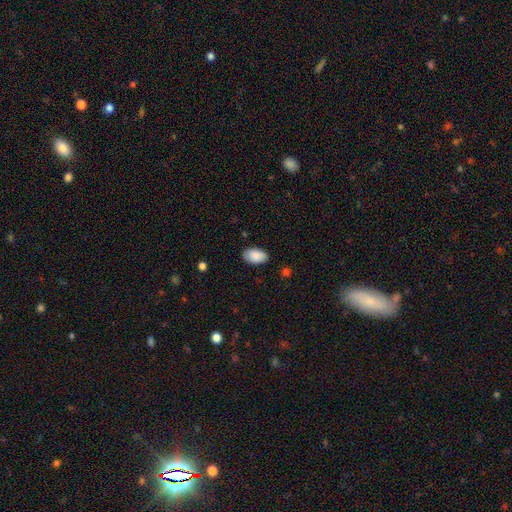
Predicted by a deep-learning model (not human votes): Overall: smooth (88%). How rounded: in between (94%). Merging: none (83%).